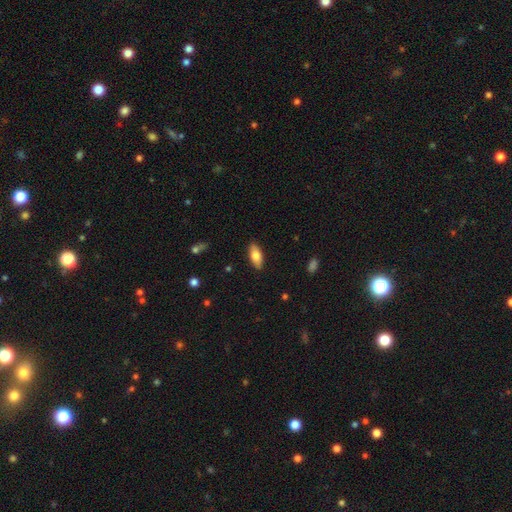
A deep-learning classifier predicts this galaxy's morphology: smooth_or_featured: smooth (p=0.75) [alt: featured or disk p=0.19]
how_rounded: in between (p=0.84) [alt: cigar-shaped p=0.14]
merging: none (p=0.89) [alt: minor disturbance p=0.09]